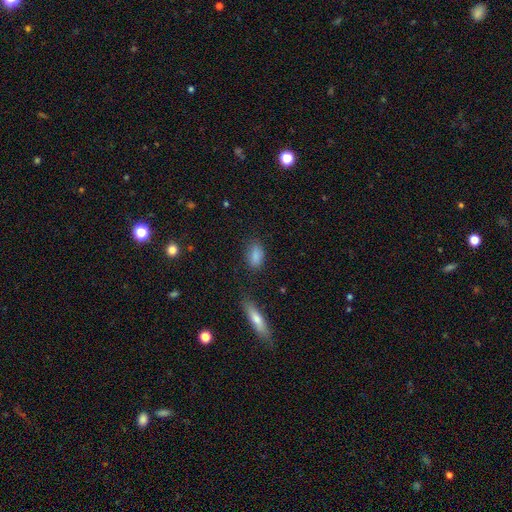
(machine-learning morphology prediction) A smooth galaxy with no disk features (85%) that is in between round and cigar-shaped (88%). Merging: none (75%).